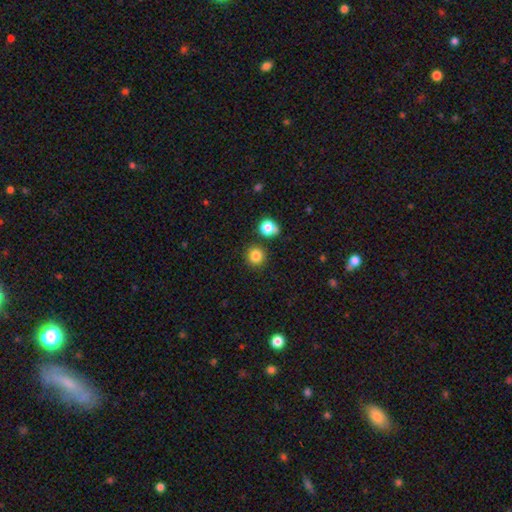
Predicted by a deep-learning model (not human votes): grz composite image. It shows a smooth galaxy with no disk features (83%) that is round (92%). Merging: none (85%).